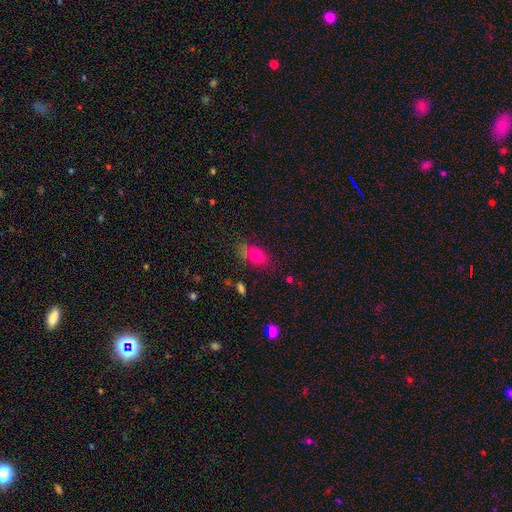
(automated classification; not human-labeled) smooth 76%, star or artifact 13%, featured or disk 11%. Down the decision tree: how rounded — in between (80%); merging — none (66%).